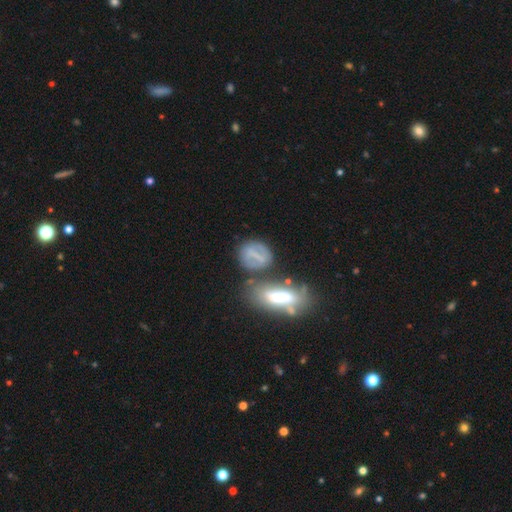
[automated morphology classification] smooth 46%, featured or disk 44%, star or artifact 10%. Down the decision tree: merging — none (55%).